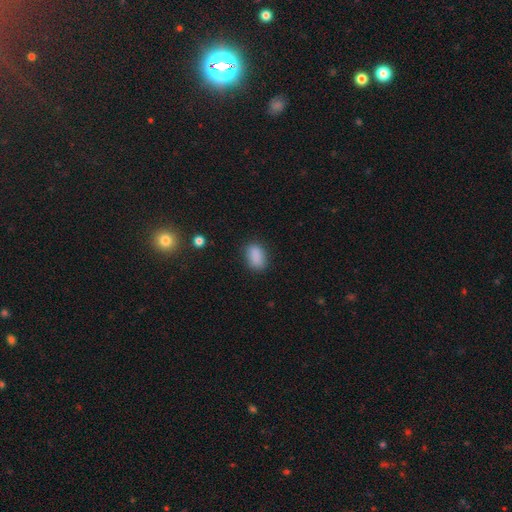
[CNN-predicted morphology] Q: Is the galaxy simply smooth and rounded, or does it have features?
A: smooth — 86%.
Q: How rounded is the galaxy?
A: in between — 85%.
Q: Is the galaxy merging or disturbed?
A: none — 78%.